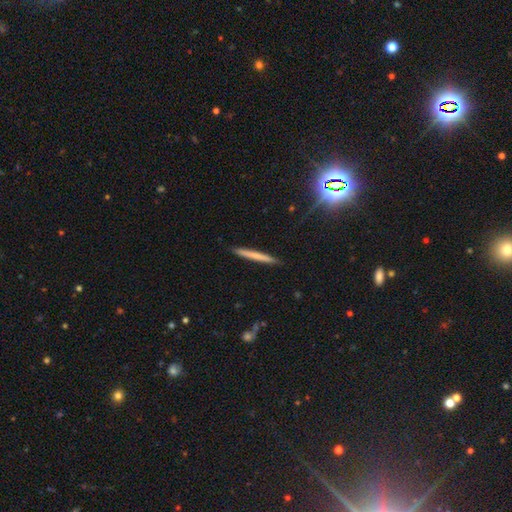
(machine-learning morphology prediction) smooth 60%, featured or disk 32%, star or artifact 8%. Down the decision tree: how rounded — cigar-shaped (97%); merging — none (91%).